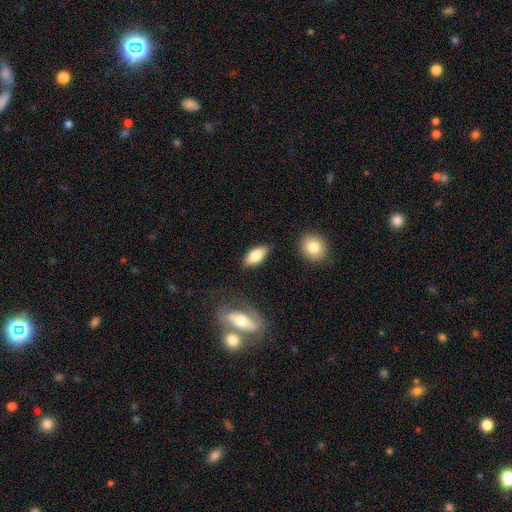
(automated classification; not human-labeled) Q: Smooth or featured?
A: smooth (77%); runner-up: featured or disk (17%)
Q: How rounded?
A: in between (87%); runner-up: cigar-shaped (10%)
Q: Merging?
A: none (80%); runner-up: minor disturbance (13%)